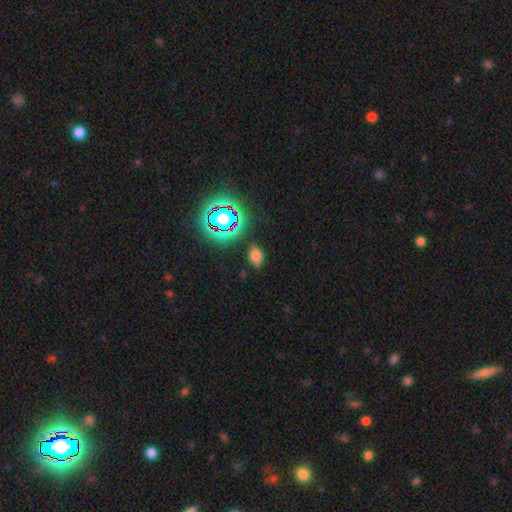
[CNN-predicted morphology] This appears to be a smooth galaxy with no disk features (65%) that is in between round and cigar-shaped (76%). Merging: none (76%).